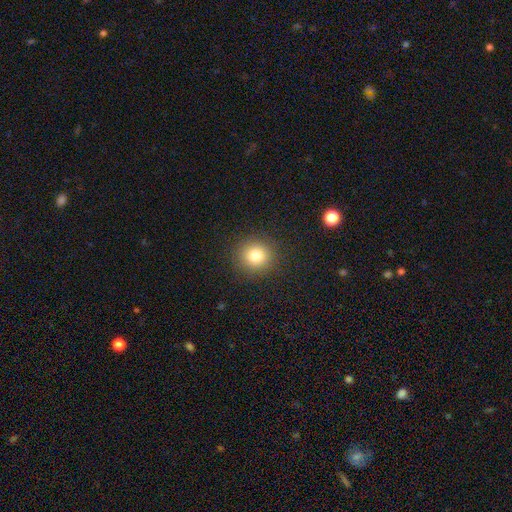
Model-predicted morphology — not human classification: smooth 81%, star or artifact 12%, featured or disk 7%. Down the decision tree: how rounded — round (91%); merging — none (90%).